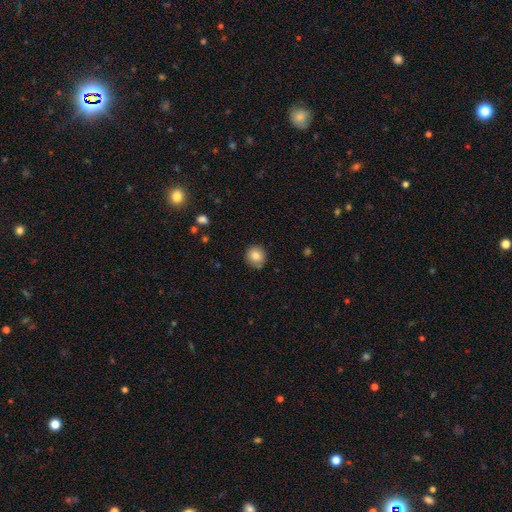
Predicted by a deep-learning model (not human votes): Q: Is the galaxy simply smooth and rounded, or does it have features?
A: smooth — 83%.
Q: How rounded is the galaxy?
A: round — 87%.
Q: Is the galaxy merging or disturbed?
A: none — 84%.